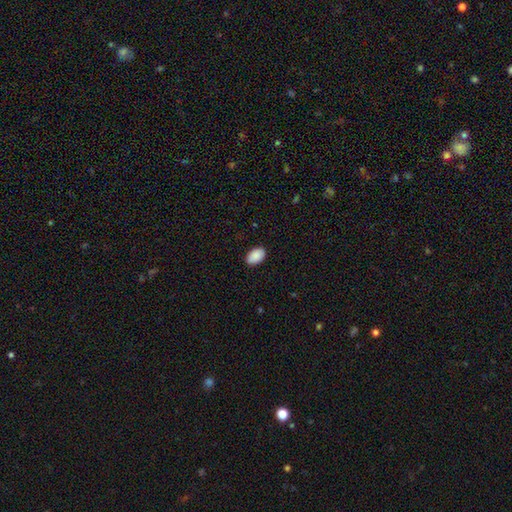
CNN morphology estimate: smooth-or-featured: smooth: 90% | star or artifact: 6% | featured or disk: 4%
  how-rounded: in between: 93% | round: 6% | cigar-shaped: 1%
  merging: none: 87% | minor disturbance: 10% | major disturbance: 2% | merger: 1%